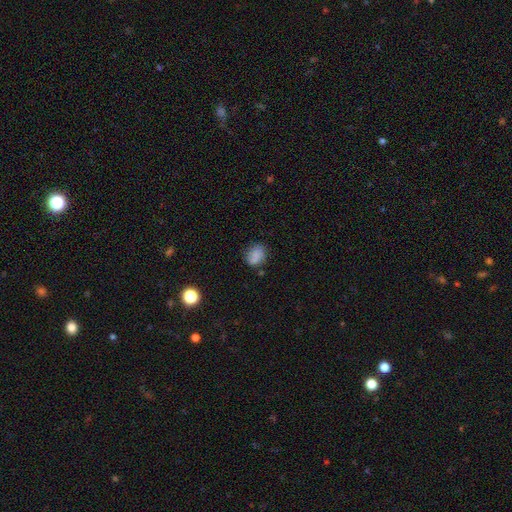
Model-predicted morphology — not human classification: Smooth or featured? Predicted: smooth (p=0.79). How rounded? Predicted: in between (p=0.55). Merging? Predicted: none (p=0.69).